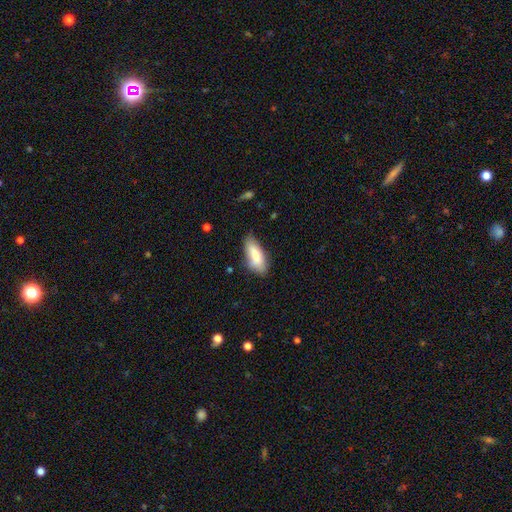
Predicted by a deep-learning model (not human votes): Smooth or featured?
  - smooth: 78% *
  - featured or disk: 15%
  - star or artifact: 6%
How rounded?
  - in between: 78% *
  - cigar-shaped: 20%
  - round: 2%
Merging?
  - none: 69% *
  - minor disturbance: 23%
  - major disturbance: 5%
  - merger: 3%